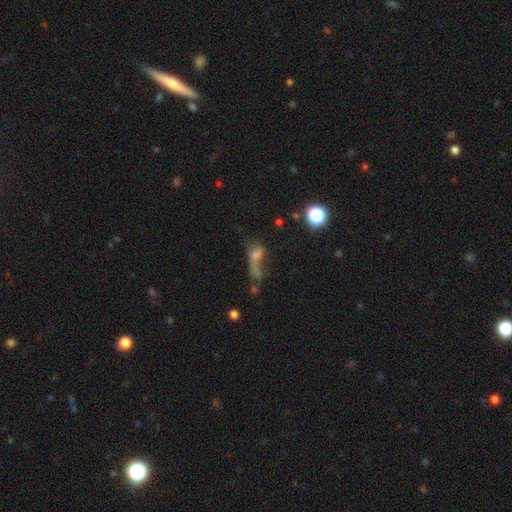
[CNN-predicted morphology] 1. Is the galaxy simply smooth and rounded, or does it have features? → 47% smooth, 29% featured or disk, 24% star or artifact.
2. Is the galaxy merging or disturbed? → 38% major disturbance, 25% none, 23% merger, 14% minor disturbance.